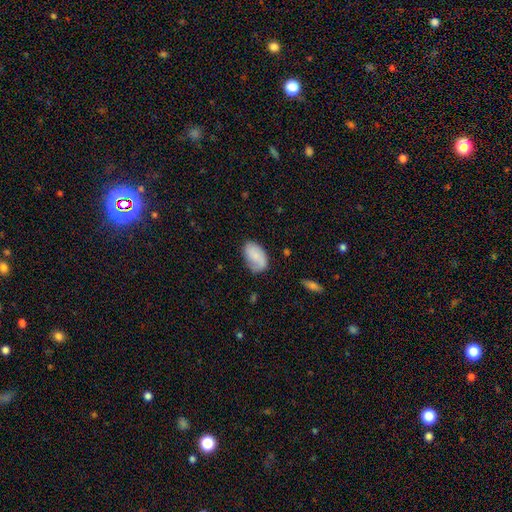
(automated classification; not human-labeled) Smooth or featured? smooth (68%)
How rounded? in between (90%)
Merging? none (58%)